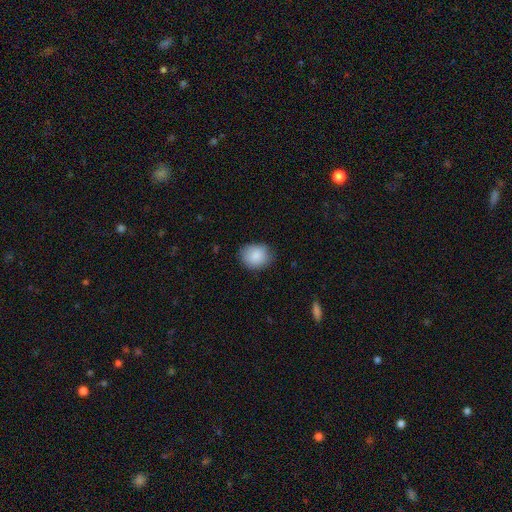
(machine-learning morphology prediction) smooth 86%, star or artifact 7%, featured or disk 6%. Down the decision tree: how rounded — round (58%); merging — none (78%).